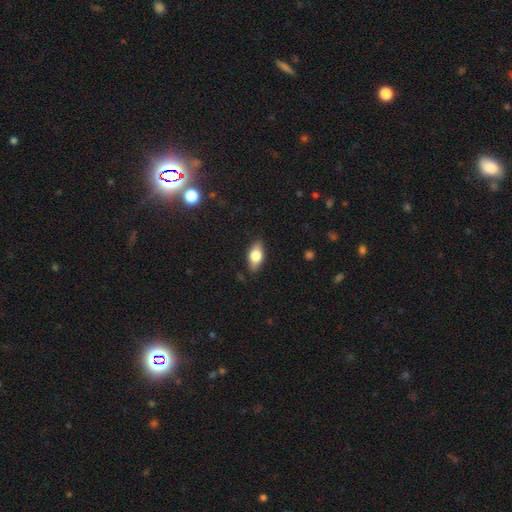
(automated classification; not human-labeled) smooth_or_featured: smooth (p=0.71) [alt: featured or disk p=0.22]
how_rounded: in between (p=0.86) [alt: cigar-shaped p=0.08]
merging: none (p=0.84) [alt: minor disturbance p=0.12]